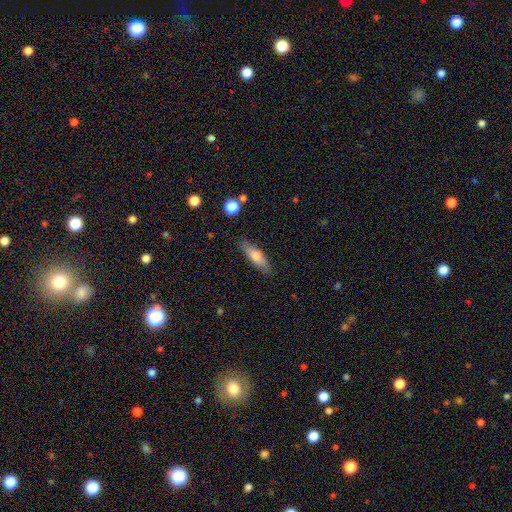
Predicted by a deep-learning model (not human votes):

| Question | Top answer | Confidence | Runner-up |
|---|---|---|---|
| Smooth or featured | smooth | 73% | featured or disk (21%) |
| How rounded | cigar-shaped | 59% | in between (39%) |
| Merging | none | 85% | minor disturbance (11%) |